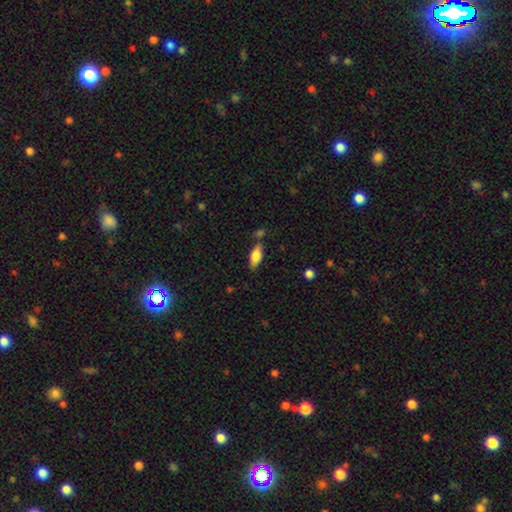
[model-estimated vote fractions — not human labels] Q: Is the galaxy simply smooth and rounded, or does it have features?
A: smooth — 75%.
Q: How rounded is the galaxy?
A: in between — 77%.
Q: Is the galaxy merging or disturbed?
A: none — 71%.